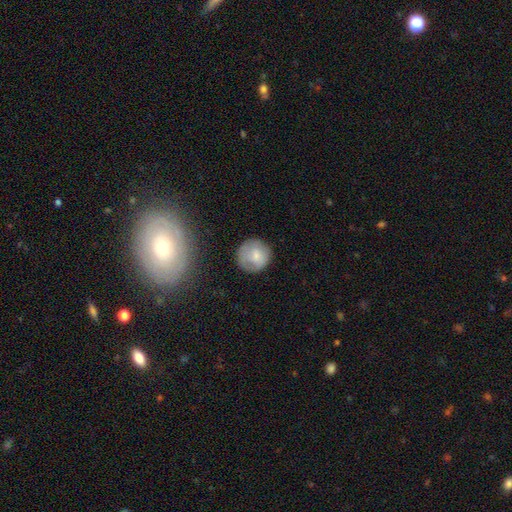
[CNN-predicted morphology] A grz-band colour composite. It shows a smooth galaxy with no disk features (75%) that is round (92%). Merging: none (77%).